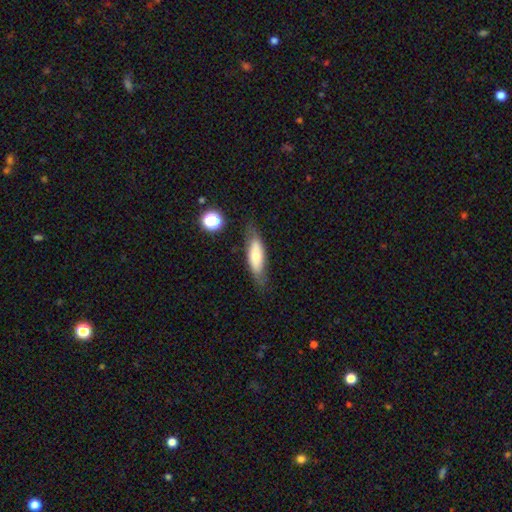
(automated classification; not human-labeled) A smooth galaxy with no disk features (65%) that is in between round and cigar-shaped (49%, tied with cigar-shaped).

Vote fractions:
- Smooth or featured? smooth: 65% / featured or disk: 28% / star or artifact: 8%
- How rounded? in between: 49% (tied) / cigar-shaped: 49% (tied) / round: 2%
- Merging? none: 72% / minor disturbance: 19% / major disturbance: 6% / merger: 3%